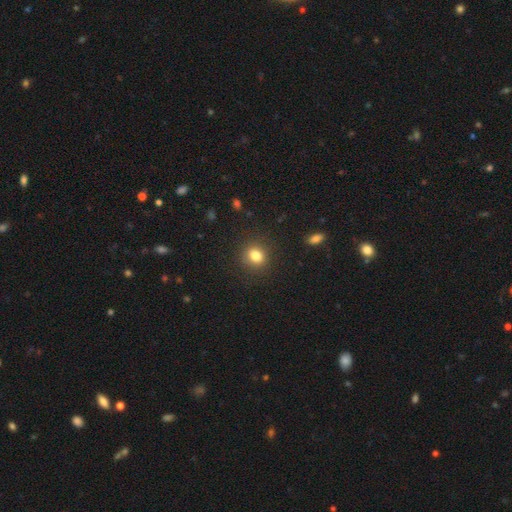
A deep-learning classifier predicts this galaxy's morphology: smooth-or-featured: smooth: 83% | star or artifact: 11% | featured or disk: 6%
  how-rounded: round: 68% | in between: 31% | cigar-shaped: 1%
  merging: none: 86% | minor disturbance: 9% | major disturbance: 3% | merger: 1%